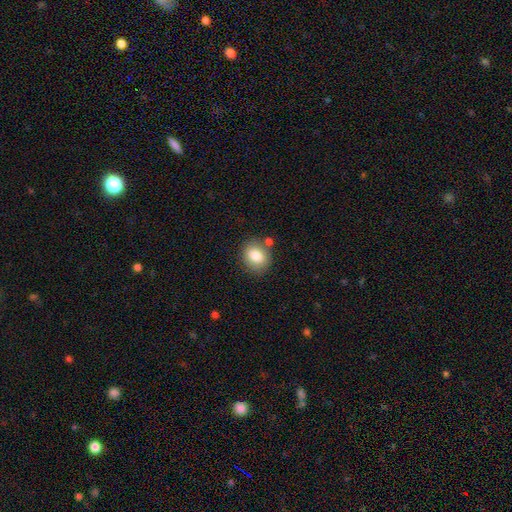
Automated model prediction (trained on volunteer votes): This appears to be a smooth galaxy with no disk features (81%) that is round (54%). Merging: none (75%).